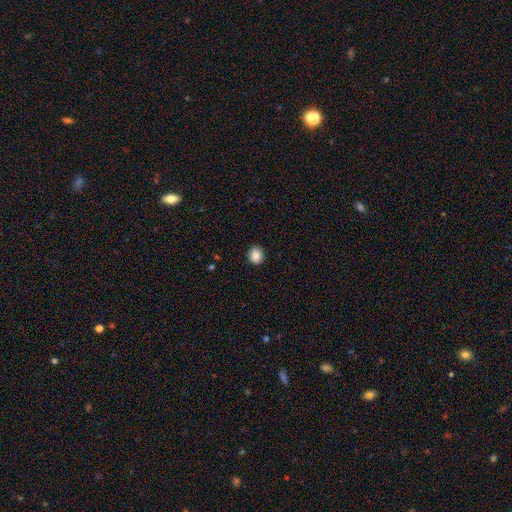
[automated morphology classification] Smooth or featured? smooth (87%)
How rounded? round (77%)
Merging? none (90%)